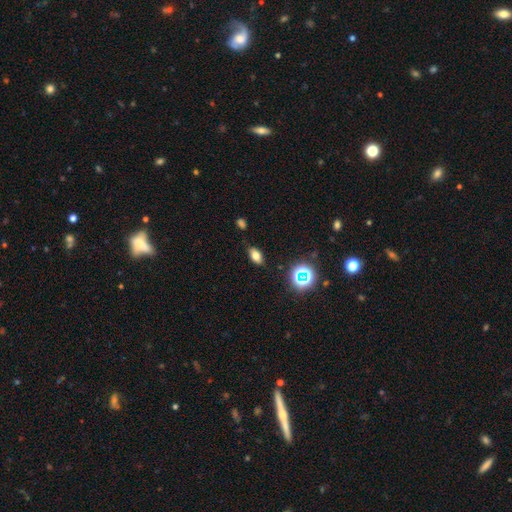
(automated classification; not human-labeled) Smooth or featured?
  - smooth: 73% *
  - star or artifact: 17%
  - featured or disk: 10%
How rounded?
  - in between: 87% *
  - round: 8%
  - cigar-shaped: 5%
Merging?
  - none: 83% *
  - minor disturbance: 13%
  - major disturbance: 3%
  - merger: 2%